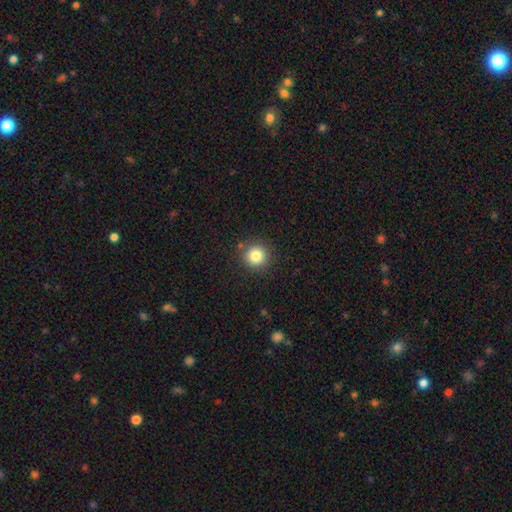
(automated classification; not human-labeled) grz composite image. It shows a smooth galaxy with no disk features (82%) that is round (94%). Merging: none (89%).